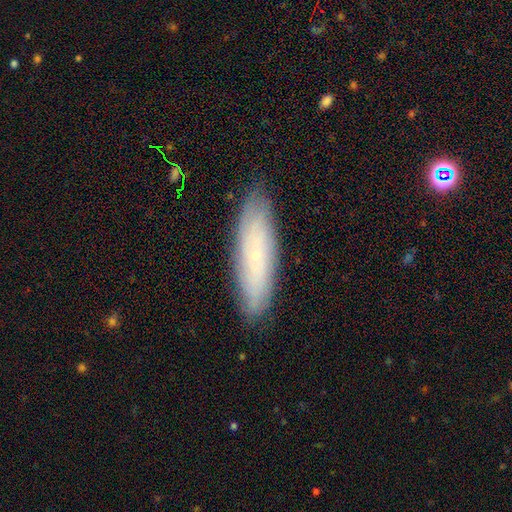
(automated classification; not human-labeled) smooth 46%, featured or disk 45%, star or artifact 9%. Down the decision tree: merging — none (86%).